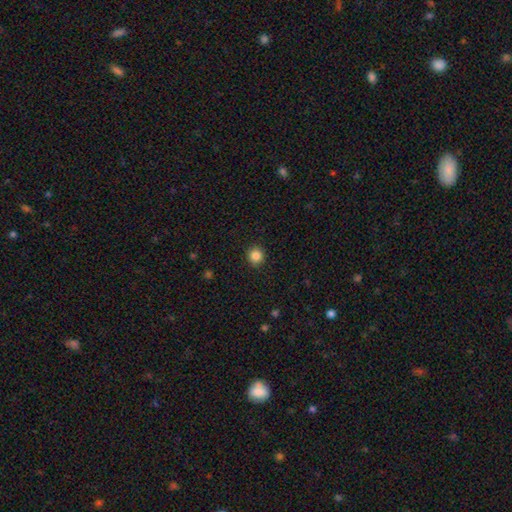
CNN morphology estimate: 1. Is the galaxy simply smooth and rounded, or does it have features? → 86% smooth, 10% star or artifact, 4% featured or disk.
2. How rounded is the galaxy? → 93% round, 6% in between, 1% cigar-shaped.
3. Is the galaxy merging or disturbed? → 92% none, 5% minor disturbance, 2% major disturbance, 1% merger.